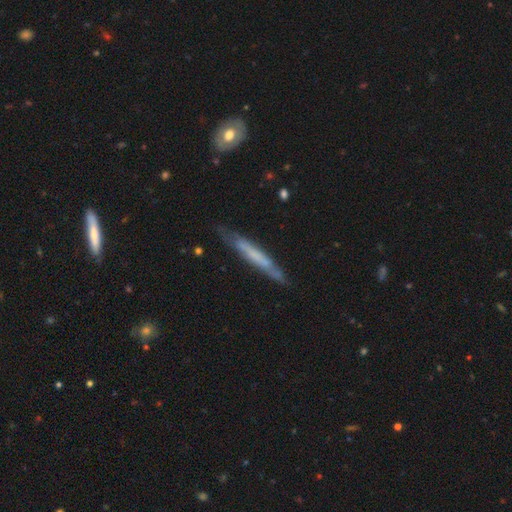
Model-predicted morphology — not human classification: Smooth or featured: featured or disk — 51% (smooth — 43%)
Edge-on disk: yes — 84% (no — 16%)
Merging: none — 74% (minor disturbance — 20%)